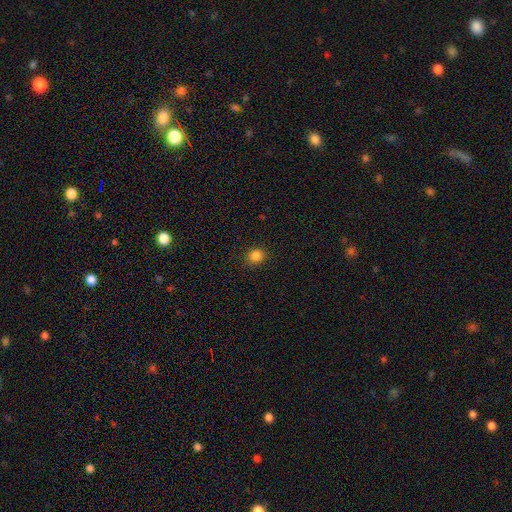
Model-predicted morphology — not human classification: Overall: smooth (84%). How rounded: round (78%). Merging: none (90%).